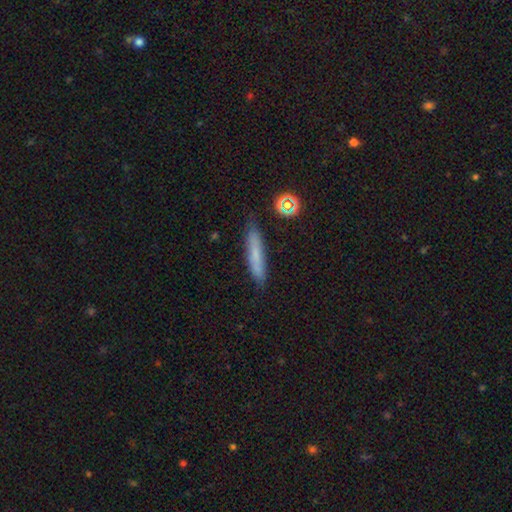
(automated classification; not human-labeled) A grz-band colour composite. It shows a smooth galaxy with no disk features (69%) that is cigar-shaped (90%). Merging: none (81%).